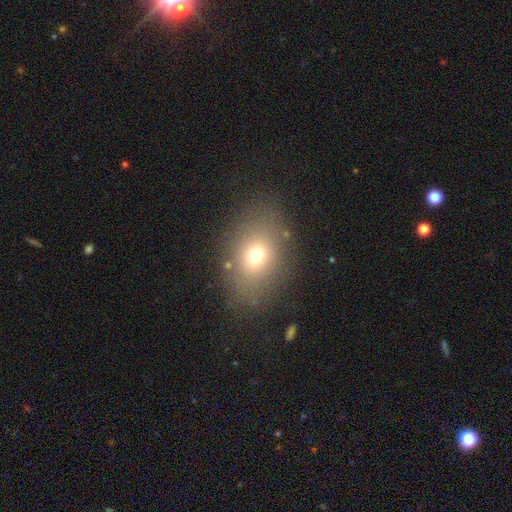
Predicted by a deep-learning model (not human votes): A smooth galaxy with no disk features (69%) that is in between round and cigar-shaped (65%).

Vote fractions:
- Smooth or featured? smooth: 69% / star or artifact: 17% / featured or disk: 14%
- How rounded? in between: 65% / round: 33% / cigar-shaped: 1%
- Merging? none: 80% / minor disturbance: 11% / major disturbance: 6% / merger: 2%